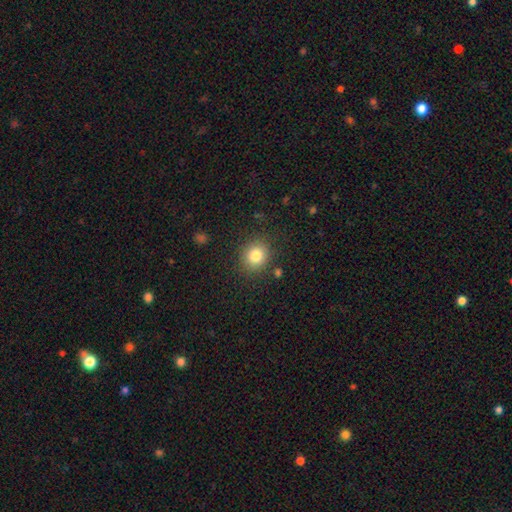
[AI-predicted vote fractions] smooth 82%, star or artifact 11%, featured or disk 7%. Down the decision tree: how rounded — round (81%); merging — none (86%).